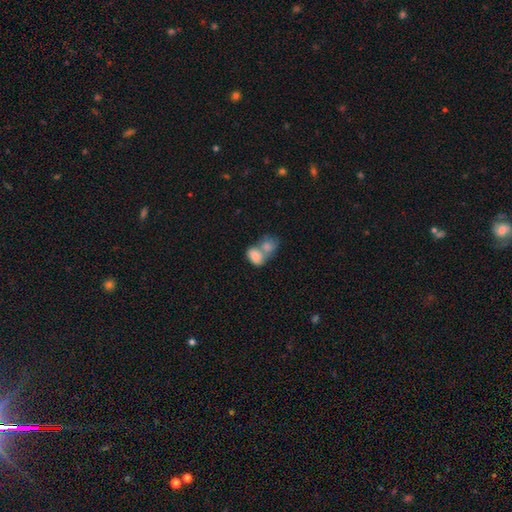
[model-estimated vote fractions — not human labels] Smooth or featured? smooth (81%)
How rounded? in between (82%)
Merging? merger (69%)